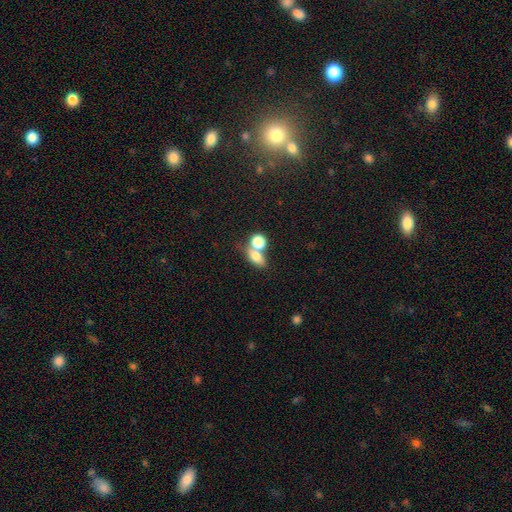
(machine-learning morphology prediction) This appears to be a smooth galaxy with no disk features (74%) that is in between round and cigar-shaped (69%). Merging: merger (53%).